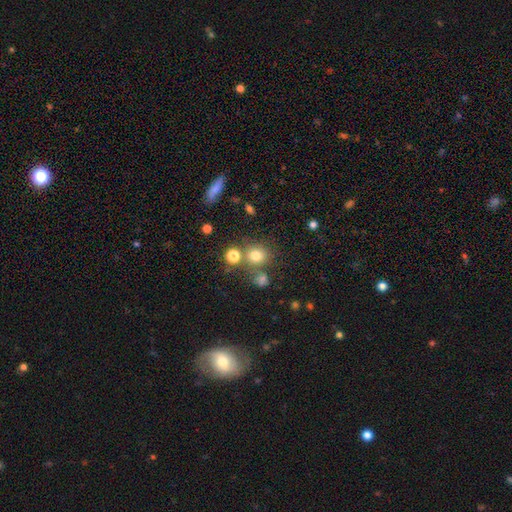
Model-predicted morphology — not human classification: Smooth or featured?
  - smooth: 75% *
  - star or artifact: 16%
  - featured or disk: 9%
How rounded?
  - round: 83% *
  - in between: 16%
  - cigar-shaped: 1%
Merging?
  - none: 69% *
  - merger: 16%
  - minor disturbance: 11%
  - major disturbance: 5%